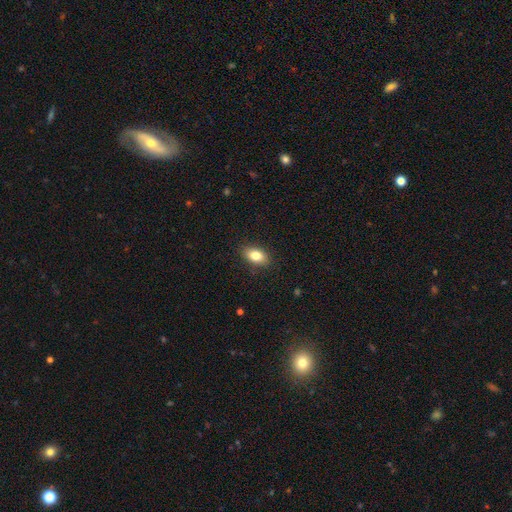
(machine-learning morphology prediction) Q: Smooth or featured?
A: smooth (81%); runner-up: featured or disk (11%)
Q: How rounded?
A: in between (88%); runner-up: round (8%)
Q: Merging?
A: none (88%); runner-up: minor disturbance (9%)